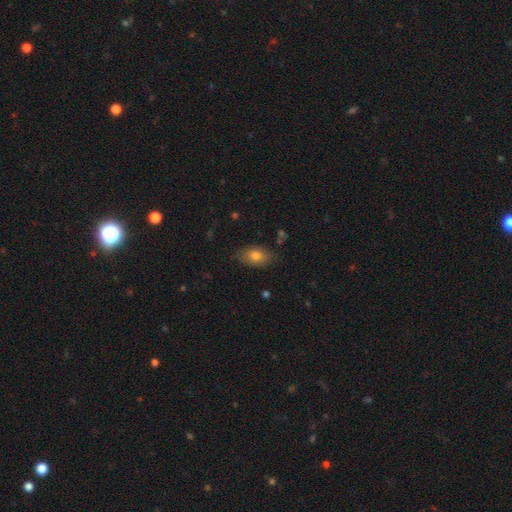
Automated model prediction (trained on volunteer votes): Smooth or featured?
  - smooth: 78% *
  - featured or disk: 13%
  - star or artifact: 9%
How rounded?
  - in between: 88% *
  - round: 9%
  - cigar-shaped: 2%
Merging?
  - none: 79% *
  - minor disturbance: 16%
  - major disturbance: 3%
  - merger: 2%